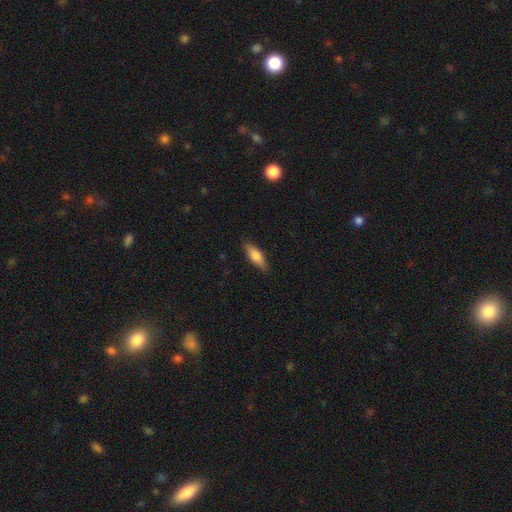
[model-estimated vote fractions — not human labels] Smooth or featured?
  - smooth: 71% *
  - featured or disk: 23%
  - star or artifact: 6%
How rounded?
  - in between: 56% *
  - cigar-shaped: 42%
  - round: 2%
Merging?
  - none: 87% *
  - minor disturbance: 10%
  - major disturbance: 2%
  - merger: 1%